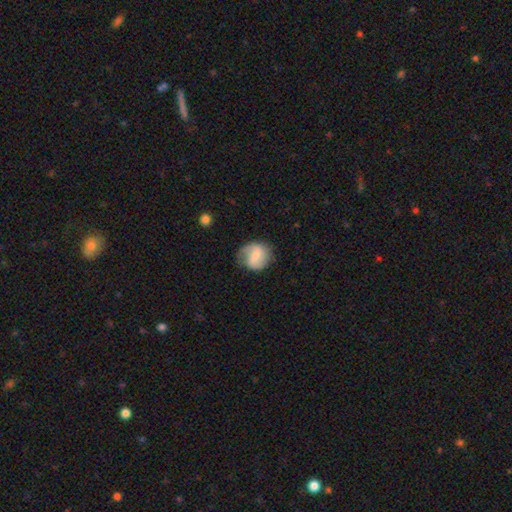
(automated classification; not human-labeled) Smooth or featured?
  - featured or disk: 52% *
  - smooth: 42%
  - star or artifact: 6%
Edge-on disk?
  - no: 97% *
  - yes: 3%
Bar?
  - weak: 48% *
  - no: 36%
  - strong: 17%
Spiral arms?
  - yes: 86% *
  - no: 14%
Bulge size?
  - small: 49% *
  - moderate: 33%
  - none: 12%
  - large: 4%
  - dominant: 1%
Merging?
  - none: 62% *
  - minor disturbance: 25%
  - major disturbance: 11%
  - merger: 2%